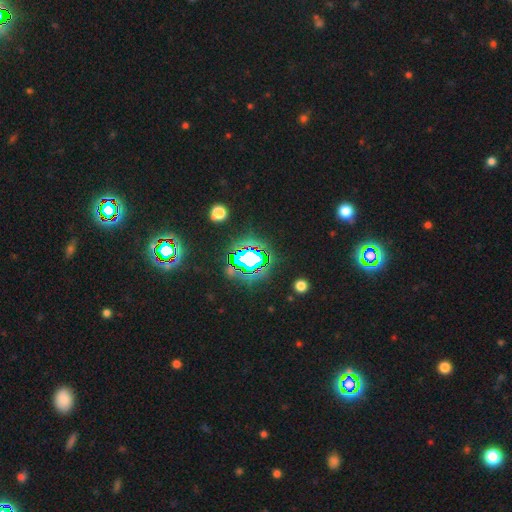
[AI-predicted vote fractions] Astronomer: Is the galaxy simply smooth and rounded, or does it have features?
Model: star or artifact — 71%.